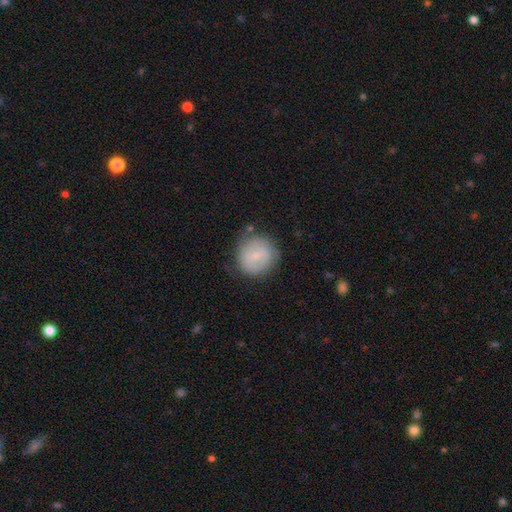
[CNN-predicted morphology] smooth-or-featured: smooth: 66% | featured or disk: 27% | star or artifact: 7%
  how-rounded: round: 88% | in between: 11% | cigar-shaped: 1%
  merging: none: 74% | minor disturbance: 17% | major disturbance: 6% | merger: 3%